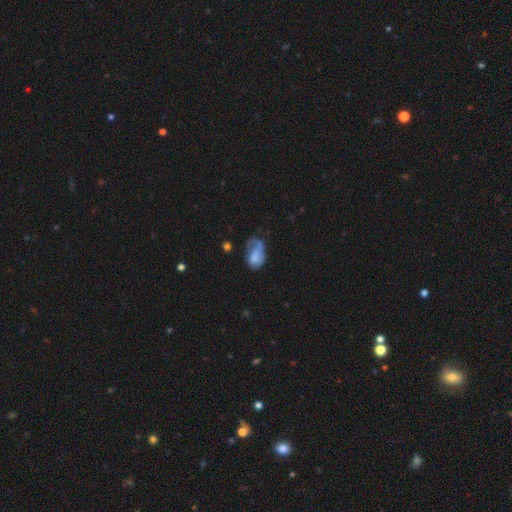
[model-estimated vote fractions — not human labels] Smooth or featured? Predicted: smooth (p=0.59). How rounded? Predicted: in between (p=0.86). Merging? Predicted: major disturbance (p=0.45).